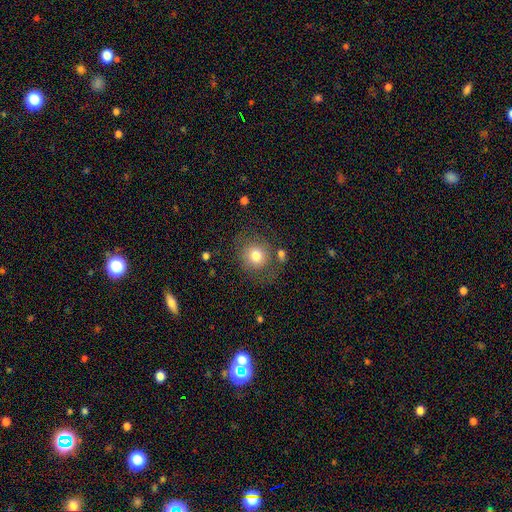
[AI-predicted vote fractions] Smooth or featured? smooth (75%)
How rounded? round (82%)
Merging? none (69%)